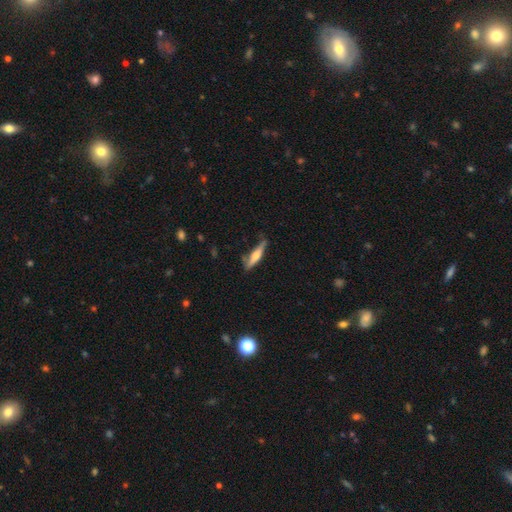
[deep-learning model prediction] Morphology: type=featured or disk (48%); merging=none (68%).